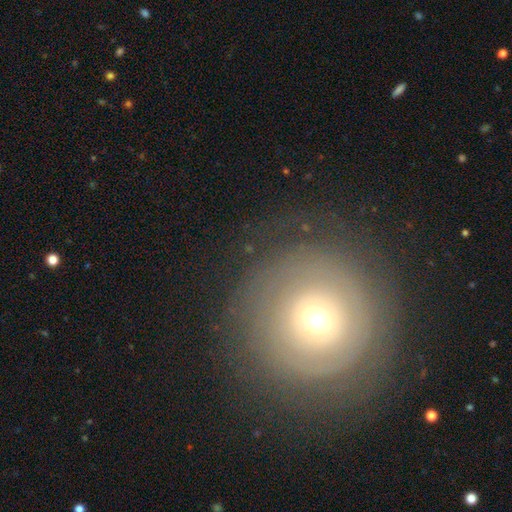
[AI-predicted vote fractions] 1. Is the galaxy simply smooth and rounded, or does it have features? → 46% featured or disk, 42% smooth, 12% star or artifact.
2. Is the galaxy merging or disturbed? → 84% none, 9% minor disturbance, 6% major disturbance, 2% merger.